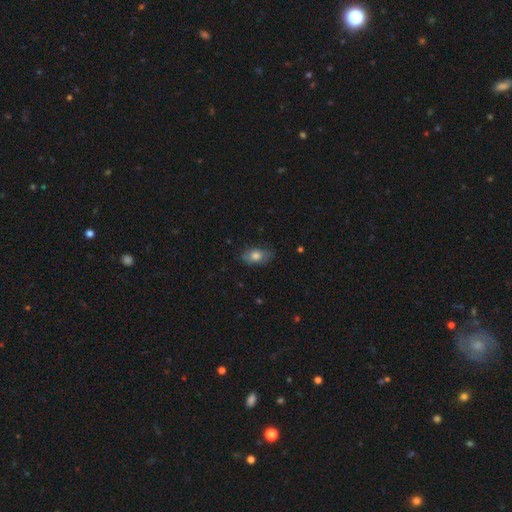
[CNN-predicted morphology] This is likely a smooth galaxy (77%). How rounded: clearly in between (87%). Merging: likely none (76%).